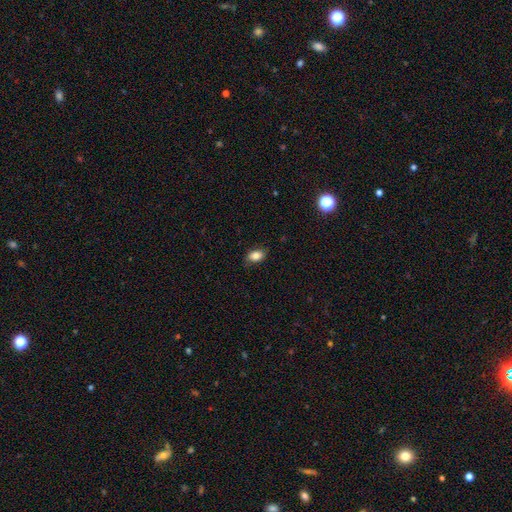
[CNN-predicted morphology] A smooth galaxy with no disk features (81%) that is in between round and cigar-shaped (87%). Merging: none (81%).